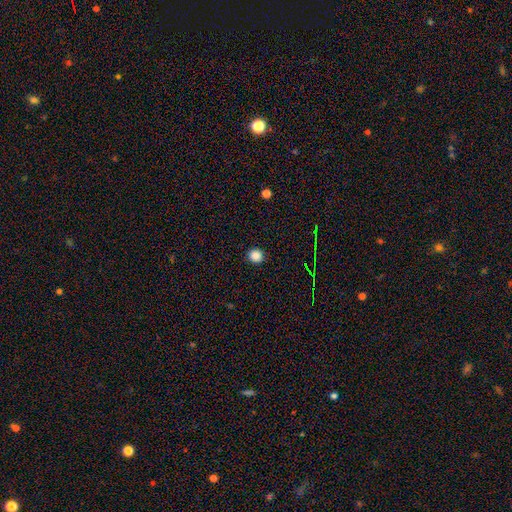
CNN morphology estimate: Smooth or featured?
  - smooth: 85% *
  - star or artifact: 12%
  - featured or disk: 3%
How rounded?
  - round: 87% *
  - in between: 12%
  - cigar-shaped: 1%
Merging?
  - none: 91% *
  - minor disturbance: 6%
  - major disturbance: 2%
  - merger: 1%